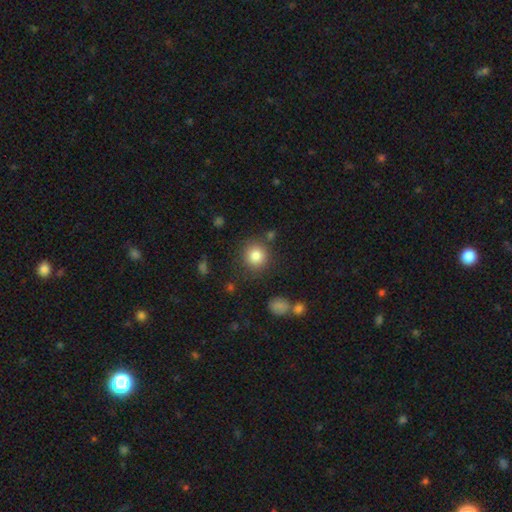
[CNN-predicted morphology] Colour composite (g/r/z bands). It shows a smooth galaxy with no disk features (83%) that is round (90%). Merging: none (83%).